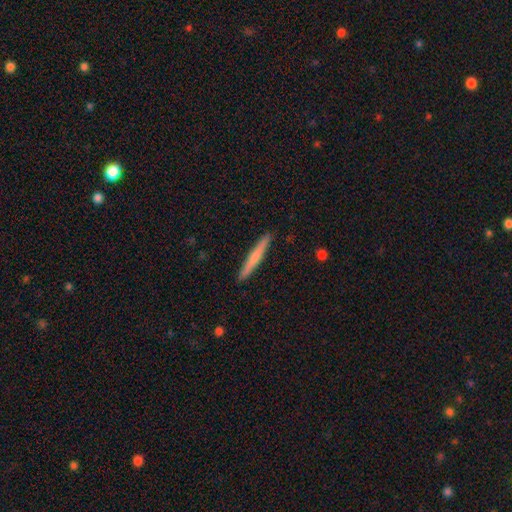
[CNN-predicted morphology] type=smooth (58%); roundness=cigar-shaped (96%); merging=none (92%).